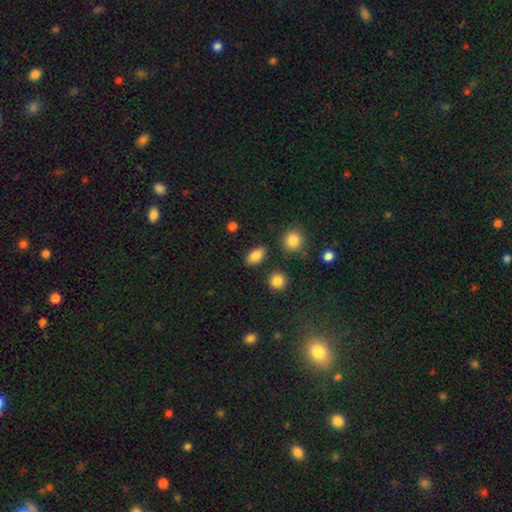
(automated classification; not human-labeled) smooth_or_featured: smooth (p=0.84) [alt: star or artifact p=0.09]
how_rounded: in between (p=0.86) [alt: round p=0.10]
merging: none (p=0.86) [alt: minor disturbance p=0.09]